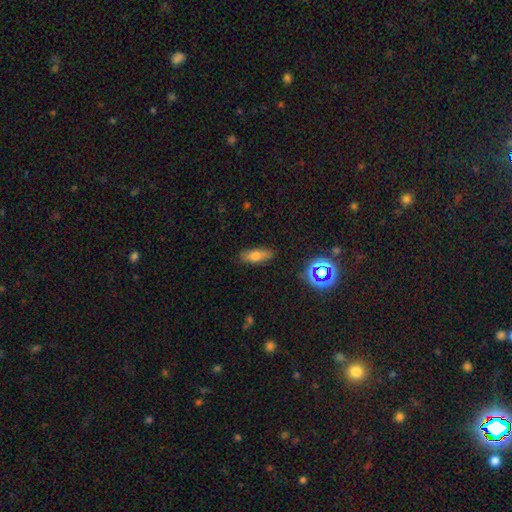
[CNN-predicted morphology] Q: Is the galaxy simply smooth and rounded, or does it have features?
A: smooth — 72%.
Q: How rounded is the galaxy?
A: in between — 74%.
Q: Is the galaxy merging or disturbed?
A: none — 83%.